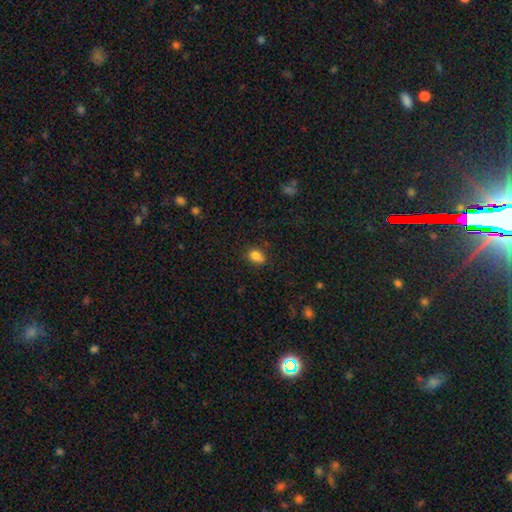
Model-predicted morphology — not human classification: type=smooth (83%); roundness=in between (73%); merging=none (72%).